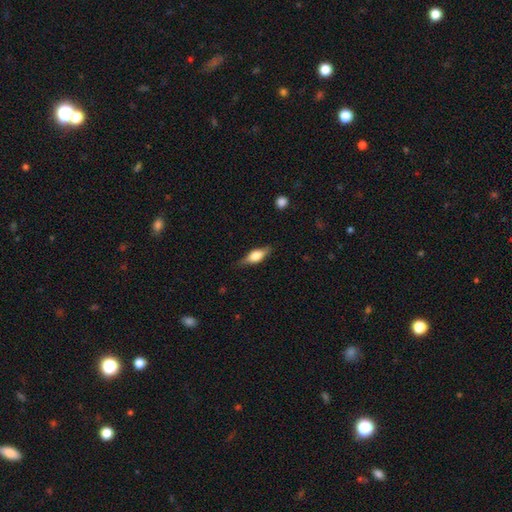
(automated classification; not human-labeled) Smooth or featured?
  - smooth: 54% *
  - featured or disk: 40%
  - star or artifact: 7%
How rounded?
  - in between: 62% *
  - cigar-shaped: 34%
  - round: 4%
Merging?
  - none: 80% *
  - minor disturbance: 15%
  - major disturbance: 4%
  - merger: 1%